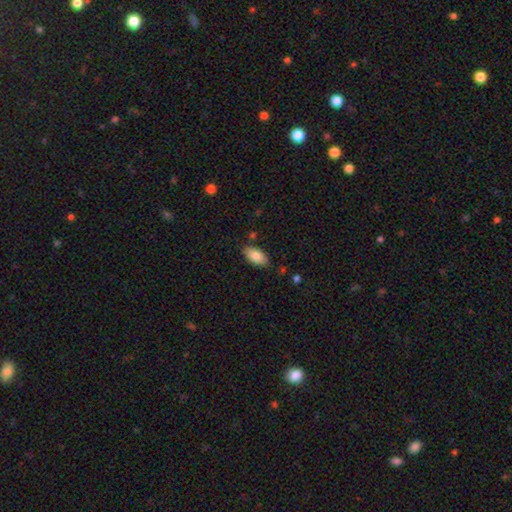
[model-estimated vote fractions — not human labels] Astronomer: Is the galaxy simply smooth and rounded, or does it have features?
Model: smooth — 84%.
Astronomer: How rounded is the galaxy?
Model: in between — 93%.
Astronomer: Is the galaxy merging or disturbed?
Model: none — 81%.